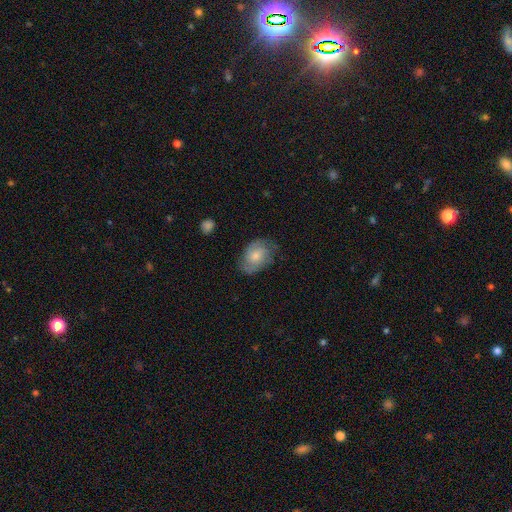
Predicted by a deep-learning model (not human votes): Smooth or featured?
  - smooth: 49% *
  - featured or disk: 44%
  - star or artifact: 7%
Merging?
  - none: 69% *
  - minor disturbance: 22%
  - major disturbance: 7%
  - merger: 1%